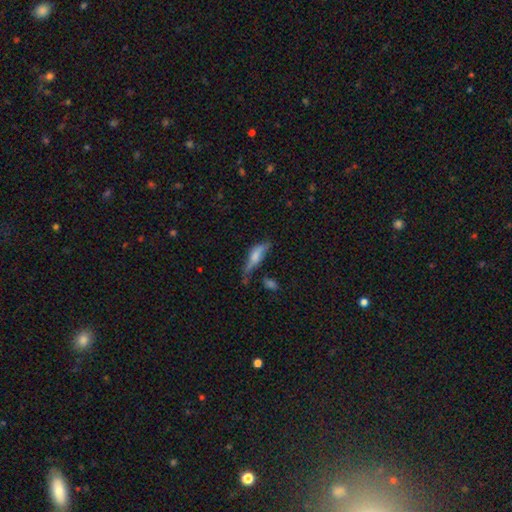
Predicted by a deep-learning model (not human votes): smooth-or-featured: smooth: 53% | featured or disk: 38% | star or artifact: 9%
  how-rounded: cigar-shaped: 55% | in between: 42% | round: 3%
  merging: none: 42% | minor disturbance: 31% | major disturbance: 18% | merger: 9%